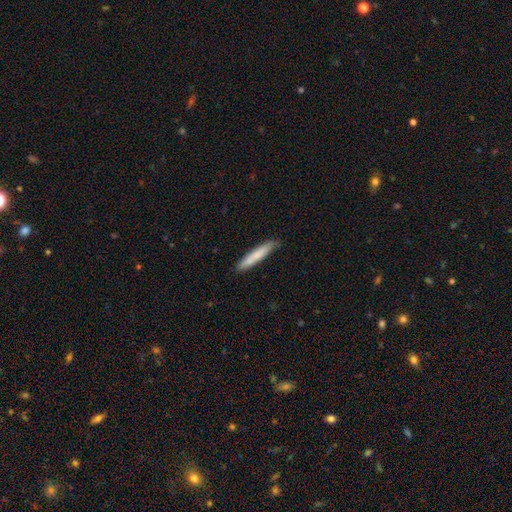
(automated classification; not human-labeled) Smooth or featured?
  - smooth: 77% *
  - featured or disk: 17%
  - star or artifact: 5%
How rounded?
  - cigar-shaped: 93% *
  - in between: 6%
  - round: 1%
Merging?
  - none: 85% *
  - minor disturbance: 13%
  - major disturbance: 2%
  - merger: 1%